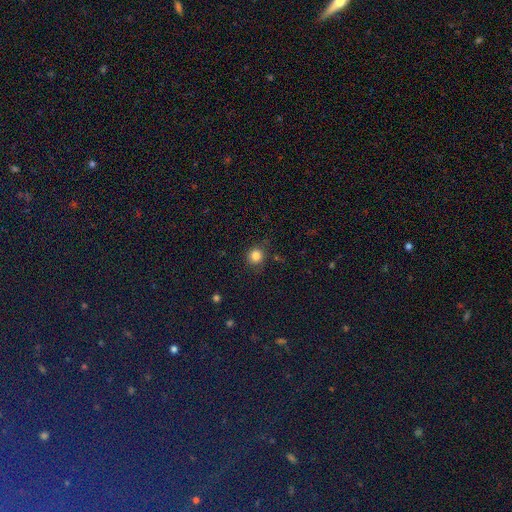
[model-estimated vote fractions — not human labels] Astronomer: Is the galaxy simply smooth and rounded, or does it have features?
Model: smooth — 83%.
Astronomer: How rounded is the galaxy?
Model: round — 91%.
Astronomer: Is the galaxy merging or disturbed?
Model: none — 86%.